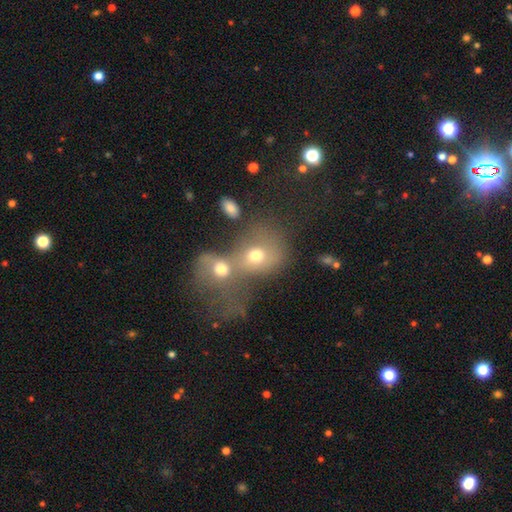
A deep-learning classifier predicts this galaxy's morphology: A smooth galaxy with no disk features (63%) that is round (57%). Merging: merger (68%).